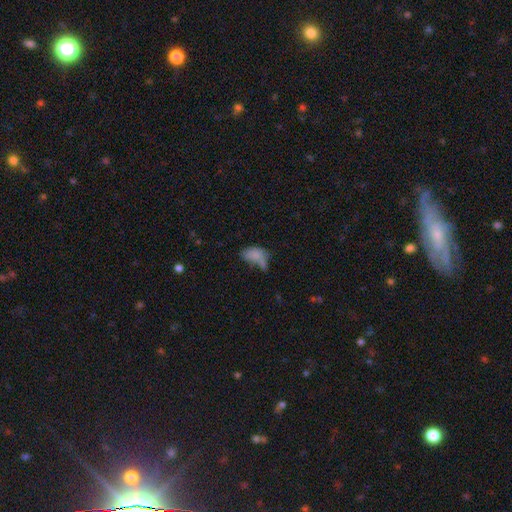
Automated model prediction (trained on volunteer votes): A smooth galaxy with no disk features (76%) that is in between round and cigar-shaped (90%). Merging: none (30%).